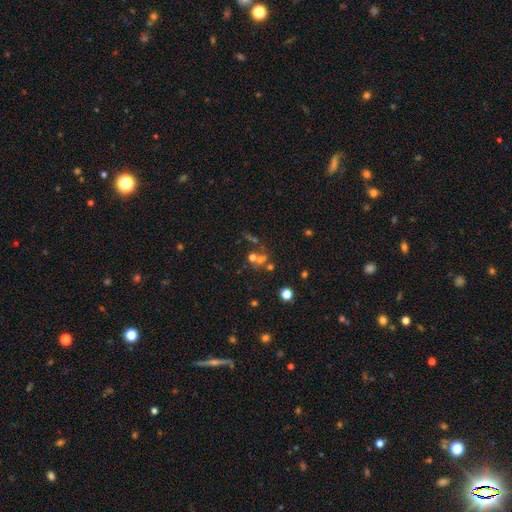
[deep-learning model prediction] Smooth or featured? Predicted: smooth (p=0.42). Merging? Predicted: merger (p=0.43).